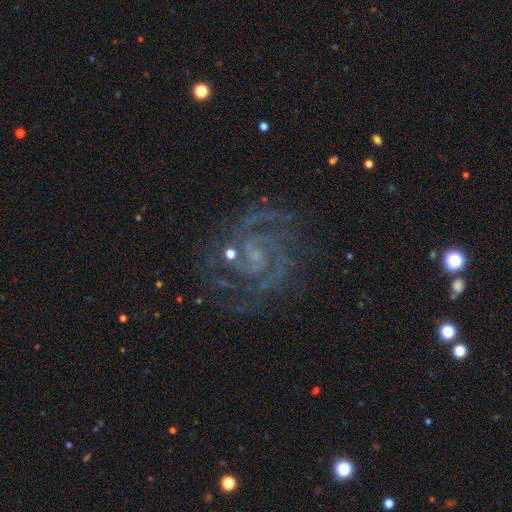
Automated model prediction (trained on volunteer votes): Overall: featured or disk (87%). Edge-on disk: no (98%). Bar: weak (49%; no 34%). Spiral arms: yes (98%). Spiral arm count: 2 (67%). Spiral winding: tight (51%; medium 42%). Bulge size: small (61%; none 26%). Merging: none (76%).